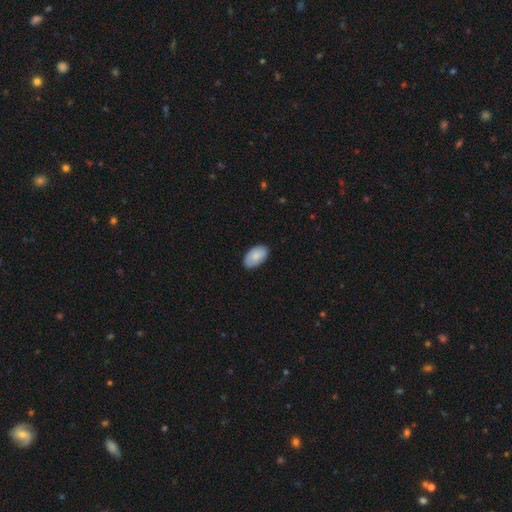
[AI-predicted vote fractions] Overall: smooth (86%). How rounded: in between (94%). Merging: none (84%).